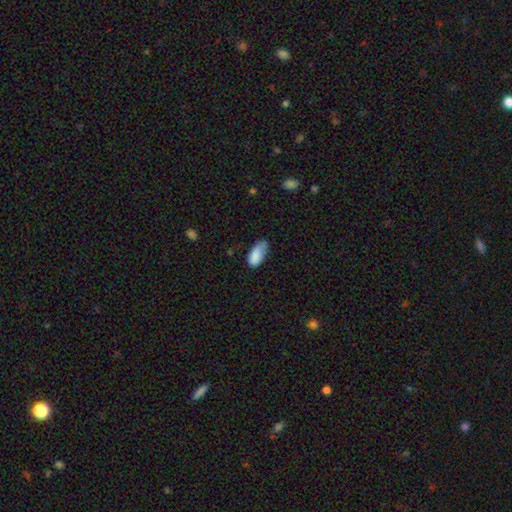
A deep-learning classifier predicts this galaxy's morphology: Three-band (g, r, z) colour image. It shows a smooth galaxy with no disk features (83%) that is in between round and cigar-shaped (92%). Merging: none (41%).